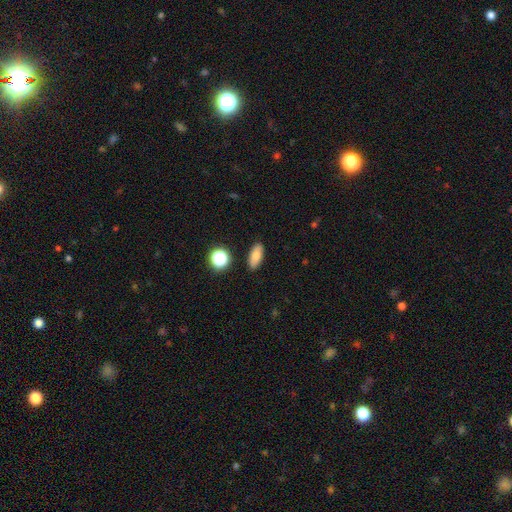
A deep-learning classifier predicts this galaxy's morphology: Smooth or featured?
  - smooth: 80% *
  - star or artifact: 10%
  - featured or disk: 10%
How rounded?
  - in between: 80% *
  - cigar-shaped: 14%
  - round: 6%
Merging?
  - none: 88% *
  - minor disturbance: 8%
  - major disturbance: 2%
  - merger: 2%